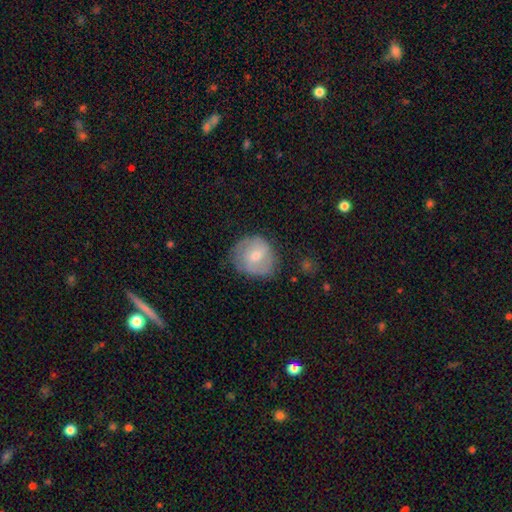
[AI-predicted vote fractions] Smooth or featured? Predicted: featured or disk (p=0.48). Merging? Predicted: none (p=0.70).